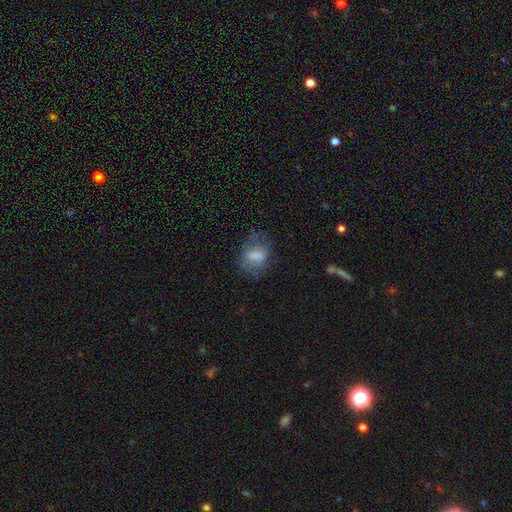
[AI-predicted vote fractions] Morphology: type=smooth (64%); roundness=in between (68%); merging=none (50%).